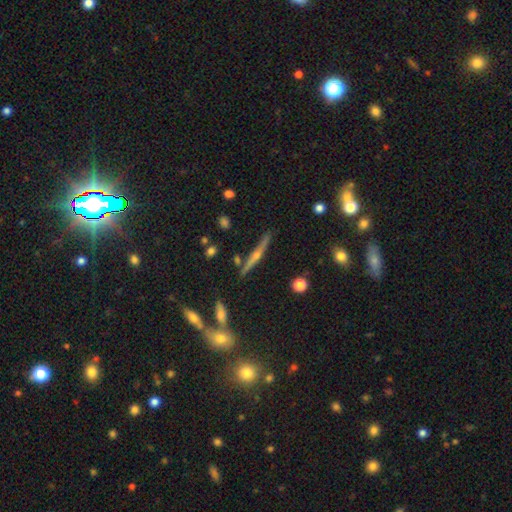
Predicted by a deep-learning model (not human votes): Smooth or featured? featured or disk (73%)
Edge-on disk? yes (97%)
Edge-on bulge? rounded (86%)
Merging? none (86%)